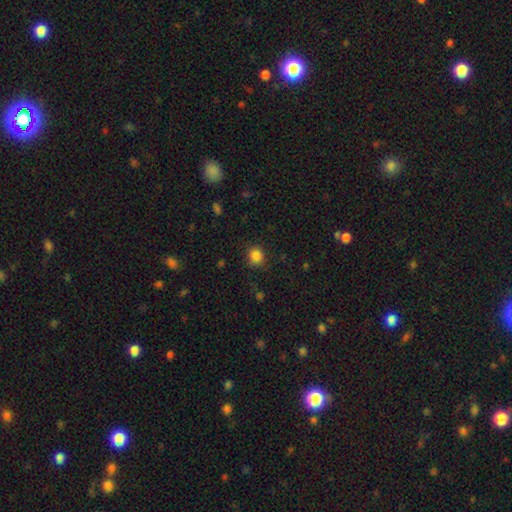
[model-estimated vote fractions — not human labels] This is clearly a smooth galaxy (85%). How rounded: clearly round (85%). Merging: clearly none (85%).